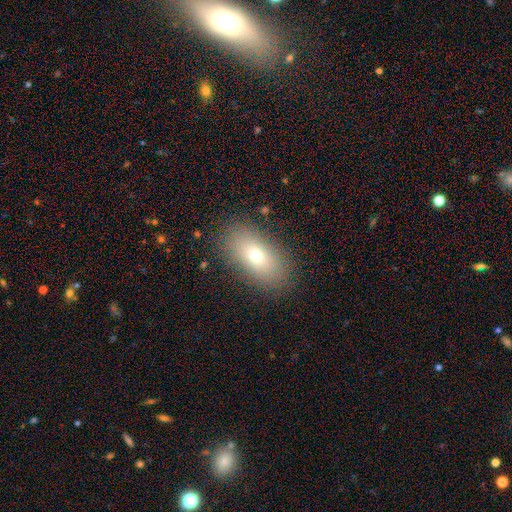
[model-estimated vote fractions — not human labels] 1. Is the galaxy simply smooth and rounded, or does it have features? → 70% smooth, 19% featured or disk, 11% star or artifact.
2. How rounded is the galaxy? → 87% in between, 7% round, 6% cigar-shaped.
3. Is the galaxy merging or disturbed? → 86% none, 9% minor disturbance, 4% major disturbance, 1% merger.